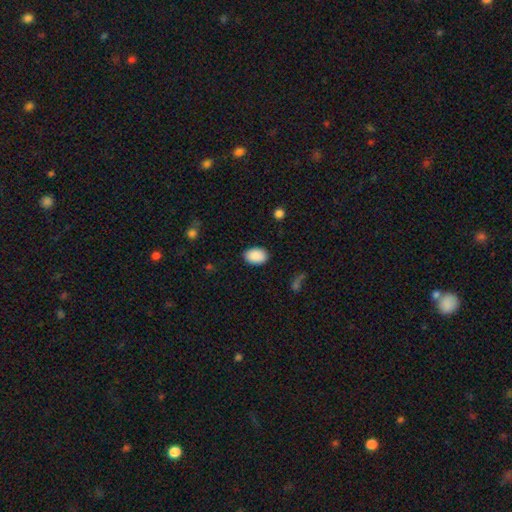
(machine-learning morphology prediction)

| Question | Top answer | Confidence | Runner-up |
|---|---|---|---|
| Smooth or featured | smooth | 90% | star or artifact (7%) |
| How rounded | in between | 85% | round (14%) |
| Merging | none | 87% | minor disturbance (9%) |